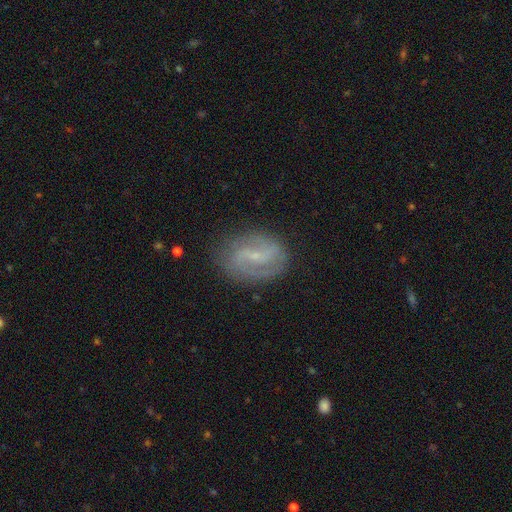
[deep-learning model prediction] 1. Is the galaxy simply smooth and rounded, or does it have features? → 81% featured or disk, 12% smooth, 7% star or artifact.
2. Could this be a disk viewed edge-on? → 97% no, 3% yes.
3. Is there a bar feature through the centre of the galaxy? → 52% weak, 27% strong, 20% no.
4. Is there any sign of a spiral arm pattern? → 94% yes, 6% no.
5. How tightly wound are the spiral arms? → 48% medium, 29% loose, 23% tight.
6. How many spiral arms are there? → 88% 2, 6% can't tell, 3% 1, 2% 3, 1% 4, 1% more than 4.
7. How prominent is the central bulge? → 70% small, 16% moderate, 12% none, 1% large, 1% dominant.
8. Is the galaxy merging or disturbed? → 80% none, 14% minor disturbance, 5% major disturbance, 1% merger.